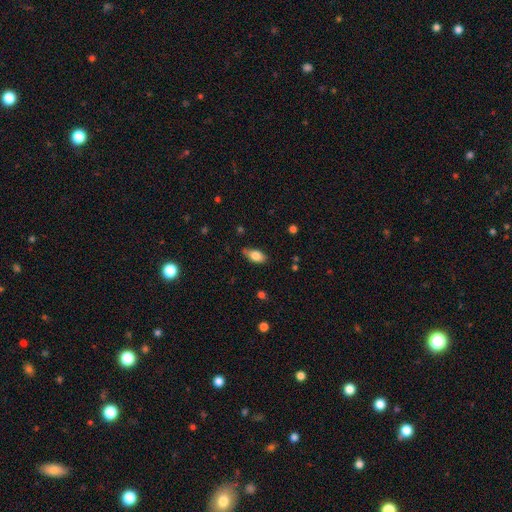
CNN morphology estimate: Smooth or featured? Predicted: smooth (p=0.80). How rounded? Predicted: in between (p=0.88). Merging? Predicted: none (p=0.70).